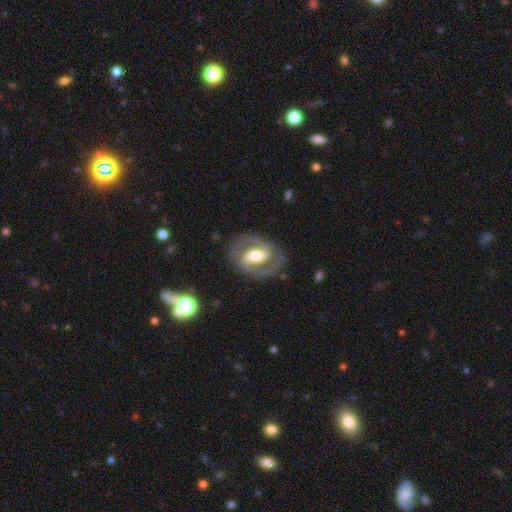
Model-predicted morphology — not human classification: featured or disk 83%, smooth 13%, star or artifact 4%. Down the decision tree: edge-on disk — no (97%); bar — strong (45%); spiral arms — yes (86%); spiral arm count — 2 (89%); spiral winding — medium (52%); bulge size — moderate (64%); merging — none (82%).